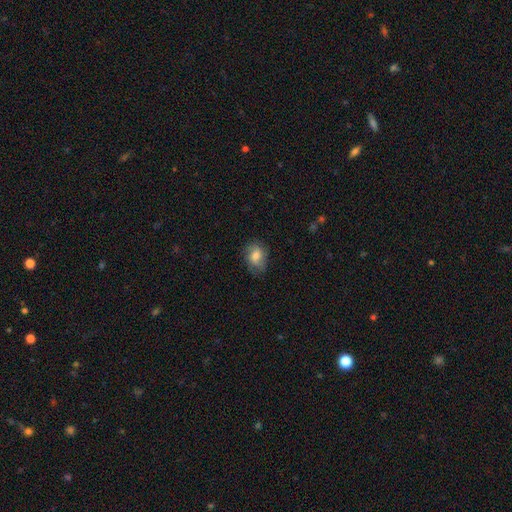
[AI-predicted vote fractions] smooth-or-featured: smooth: 69% | featured or disk: 23% | star or artifact: 9%
  how-rounded: in between: 63% | round: 36% | cigar-shaped: 1%
  merging: none: 72% | minor disturbance: 21% | major disturbance: 6% | merger: 1%